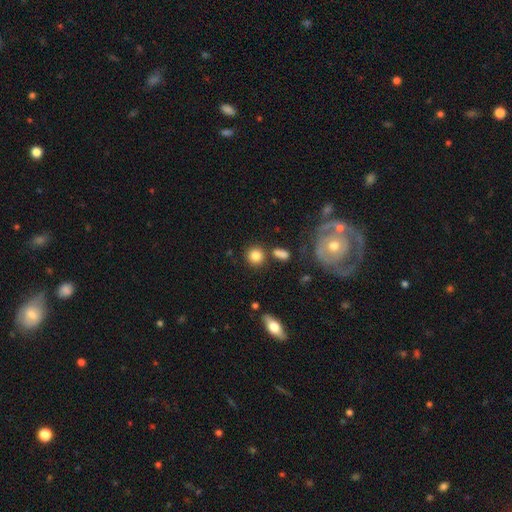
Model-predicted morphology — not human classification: Smooth or featured? Predicted: smooth (p=0.82). How rounded? Predicted: round (p=0.88). Merging? Predicted: none (p=0.79).